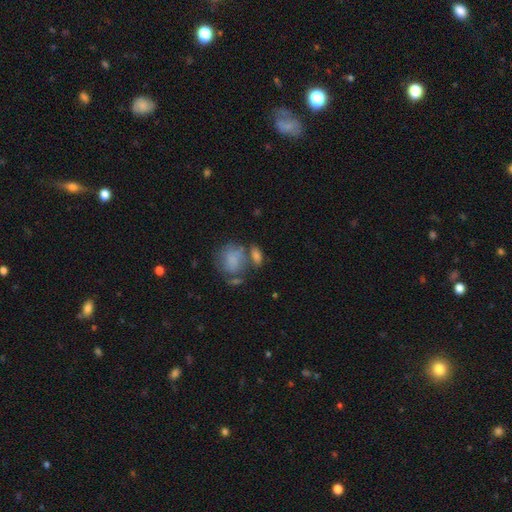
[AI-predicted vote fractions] A smooth galaxy with no disk features (67%) that is in between round and cigar-shaped (60%).

Vote fractions:
- Smooth or featured? smooth: 67% / featured or disk: 21% / star or artifact: 12%
- How rounded? in between: 60% / round: 36% / cigar-shaped: 4%
- Merging? none: 41% / merger: 29% / minor disturbance: 18% / major disturbance: 12%